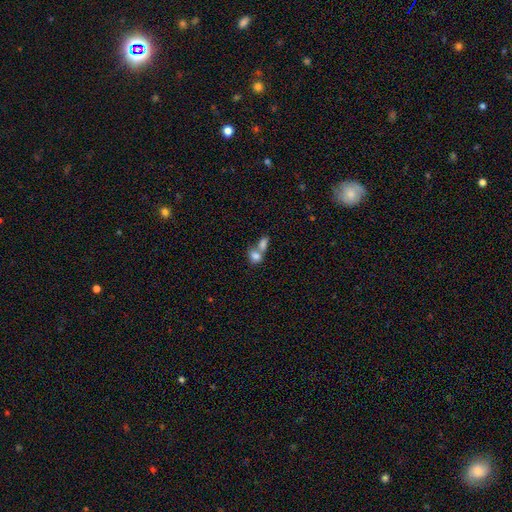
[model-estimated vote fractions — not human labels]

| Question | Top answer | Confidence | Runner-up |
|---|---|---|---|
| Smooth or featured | smooth | 79% | featured or disk (12%) |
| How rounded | in between | 67% | round (30%) |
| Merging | merger | 70% | none (21%) |